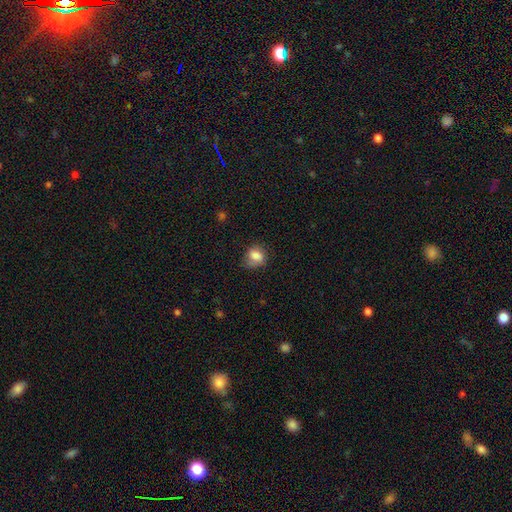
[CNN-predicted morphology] smooth-or-featured: smooth: 82% | star or artifact: 9% | featured or disk: 9%
  how-rounded: round: 54% | in between: 45% | cigar-shaped: 1%
  merging: none: 55% | minor disturbance: 32% | major disturbance: 11% | merger: 2%